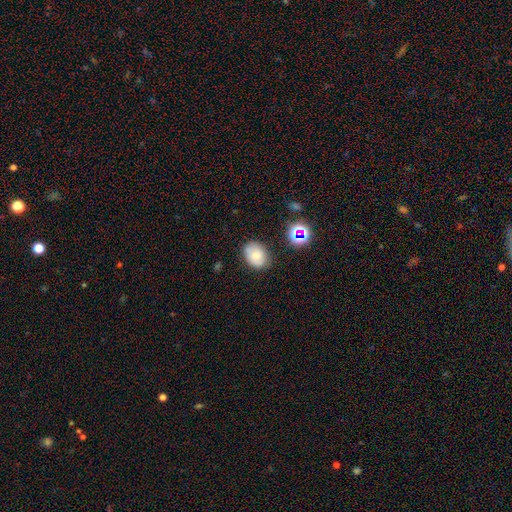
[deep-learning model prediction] Smooth or featured?
  - smooth: 72% *
  - featured or disk: 16%
  - star or artifact: 12%
How rounded?
  - in between: 64% *
  - round: 35%
  - cigar-shaped: 1%
Merging?
  - none: 75% *
  - minor disturbance: 18%
  - major disturbance: 4%
  - merger: 3%